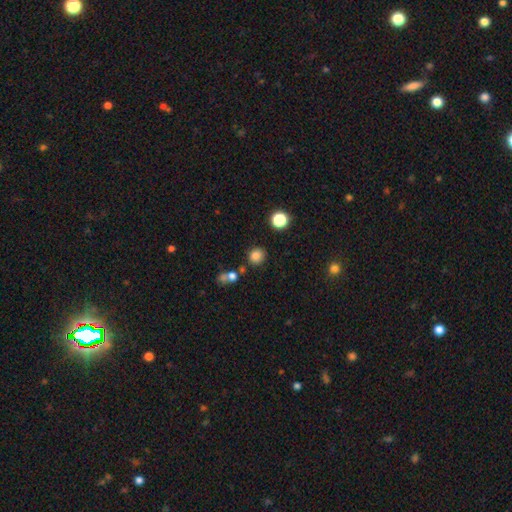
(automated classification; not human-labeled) smooth_or_featured: smooth (p=0.82) [alt: star or artifact p=0.13]
how_rounded: round (p=0.83) [alt: in between p=0.16]
merging: none (p=0.81) [alt: minor disturbance p=0.10]